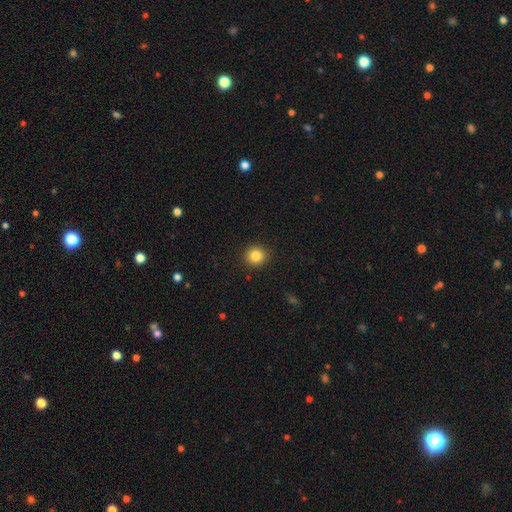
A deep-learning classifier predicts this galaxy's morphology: A smooth galaxy with no disk features (84%) that is round (90%).

Vote fractions:
- Smooth or featured? smooth: 84% / star or artifact: 11% / featured or disk: 5%
- How rounded? round: 90% / in between: 9% / cigar-shaped: 1%
- Merging? none: 92% / minor disturbance: 5% / major disturbance: 2% / merger: 1%